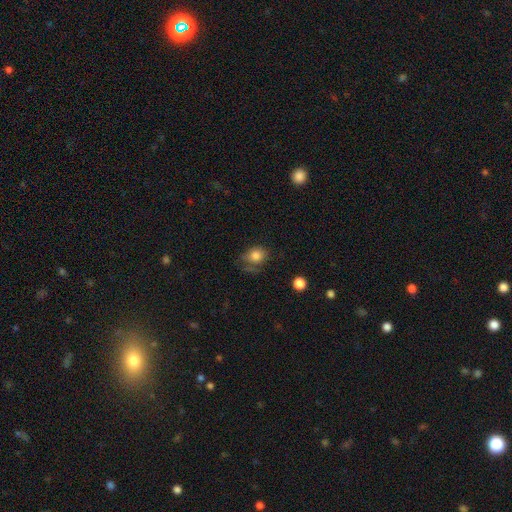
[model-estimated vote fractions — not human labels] Smooth or featured?
  - smooth: 80% *
  - star or artifact: 10%
  - featured or disk: 9%
How rounded?
  - round: 53% *
  - in between: 46%
  - cigar-shaped: 1%
Merging?
  - none: 50% *
  - minor disturbance: 30%
  - major disturbance: 16%
  - merger: 4%